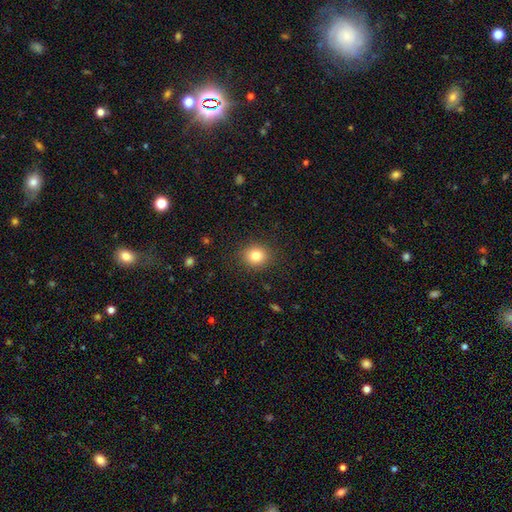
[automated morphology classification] Smooth or featured? Predicted: smooth (p=0.81). How rounded? Predicted: round (p=0.81). Merging? Predicted: none (p=0.89).